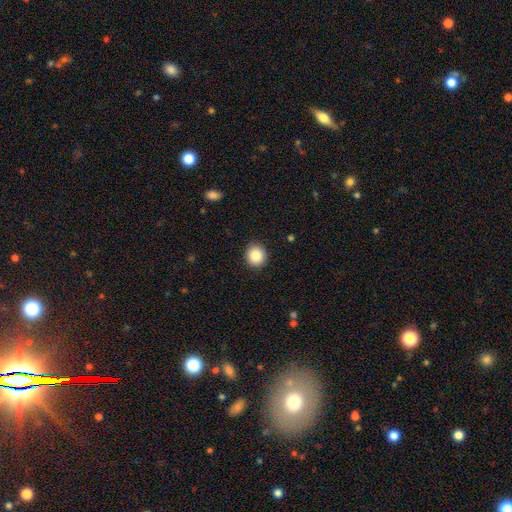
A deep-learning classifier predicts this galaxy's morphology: smooth-or-featured: smooth: 86% | star or artifact: 9% | featured or disk: 5%
  how-rounded: round: 89% | in between: 10% | cigar-shaped: 1%
  merging: none: 91% | minor disturbance: 6% | major disturbance: 2% | merger: 1%